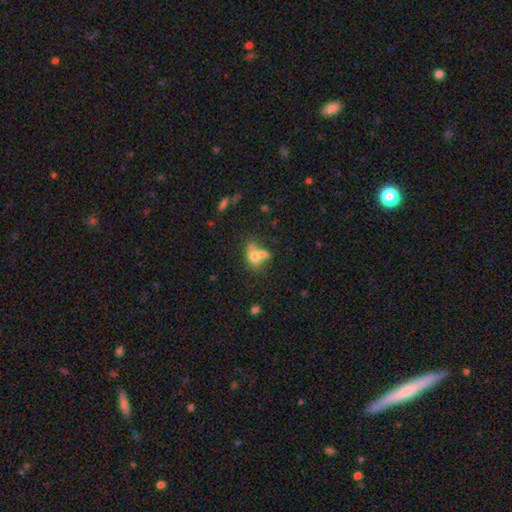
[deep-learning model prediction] smooth 67%, featured or disk 22%, star or artifact 12%. Down the decision tree: how rounded — in between (71%); merging — merger (52%).